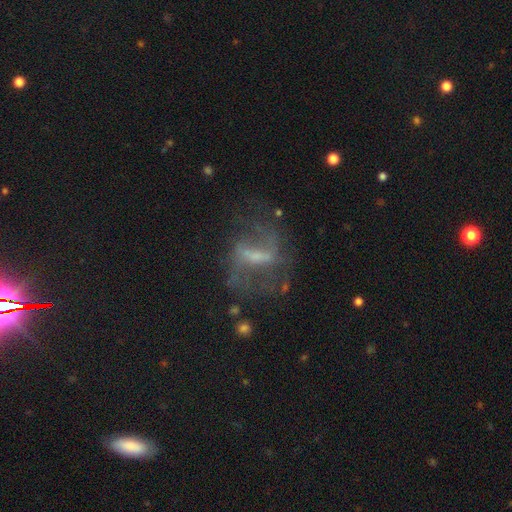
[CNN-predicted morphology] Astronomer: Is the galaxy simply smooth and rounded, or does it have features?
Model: featured or disk — 73%.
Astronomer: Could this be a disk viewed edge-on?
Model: no — 93%.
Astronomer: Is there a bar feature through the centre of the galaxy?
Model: strong — 45% (runner-up: weak, 39%).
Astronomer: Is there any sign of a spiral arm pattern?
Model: yes — 73%.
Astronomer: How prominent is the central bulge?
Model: small — 41% (runner-up: moderate, 27%).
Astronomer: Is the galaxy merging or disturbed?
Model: none — 55%.